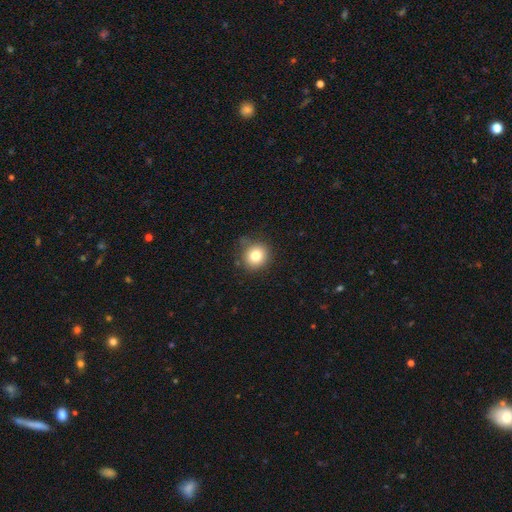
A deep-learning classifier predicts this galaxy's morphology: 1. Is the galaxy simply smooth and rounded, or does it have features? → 79% smooth, 12% star or artifact, 9% featured or disk.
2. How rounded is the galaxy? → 89% round, 10% in between, 1% cigar-shaped.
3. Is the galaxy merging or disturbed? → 80% none, 15% minor disturbance, 4% major disturbance, 2% merger.